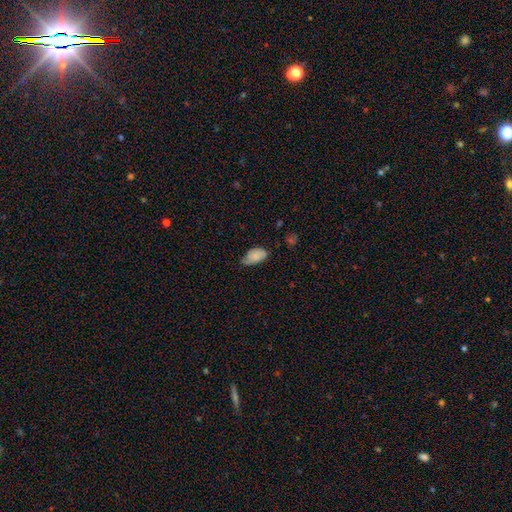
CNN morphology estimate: This is likely a smooth galaxy (75%). How rounded: clearly in between (93%). Merging: possibly none (48%).